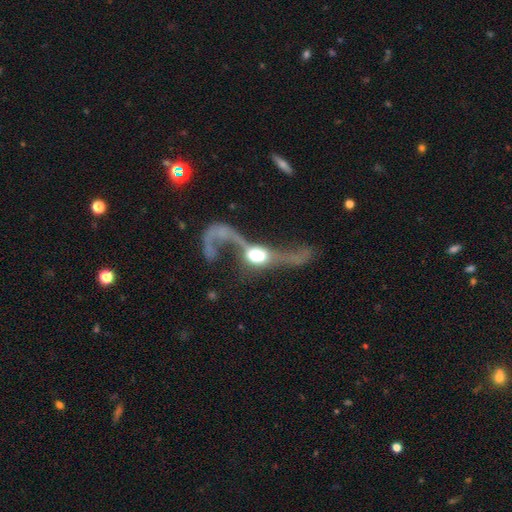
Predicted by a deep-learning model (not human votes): Smooth or featured? featured or disk (65%)
Edge-on disk? no (62%)
Merging? major disturbance (53%)